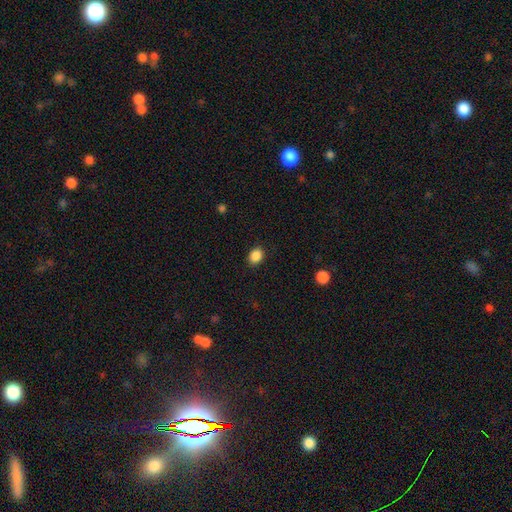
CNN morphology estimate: A smooth galaxy with no disk features (88%) that is in between round and cigar-shaped (53%).

Vote fractions:
- Smooth or featured? smooth: 88% / star or artifact: 9% / featured or disk: 3%
- How rounded? in between: 53% / round: 46% / cigar-shaped: 1%
- Merging? none: 88% / minor disturbance: 8% / major disturbance: 2% / merger: 1%